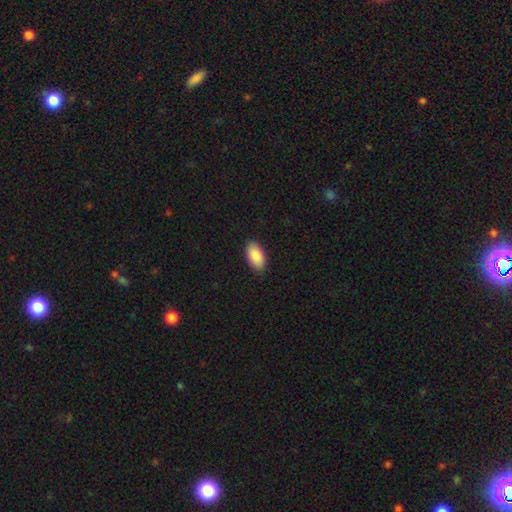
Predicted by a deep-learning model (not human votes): smooth-or-featured: smooth: 90% | star or artifact: 6% | featured or disk: 4%
  how-rounded: in between: 95% | cigar-shaped: 3% | round: 2%
  merging: none: 89% | minor disturbance: 9% | major disturbance: 2% | merger: 1%